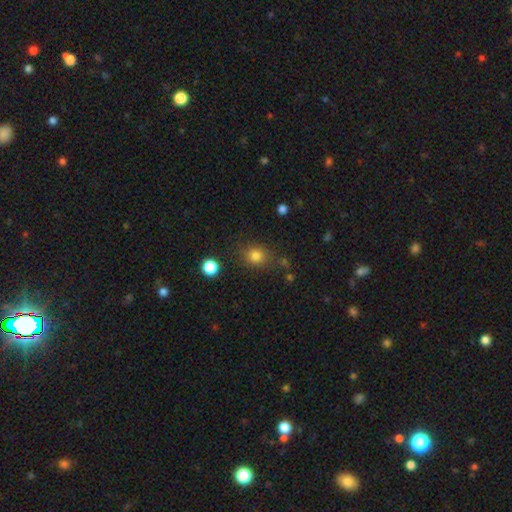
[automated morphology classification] A smooth galaxy with no disk features (81%) that is round (71%). Merging: none (79%).